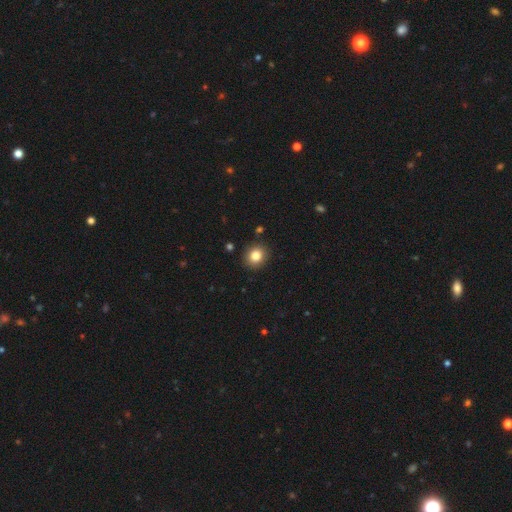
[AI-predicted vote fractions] smooth 83%, star or artifact 11%, featured or disk 6%. Down the decision tree: how rounded — round (75%); merging — none (90%).